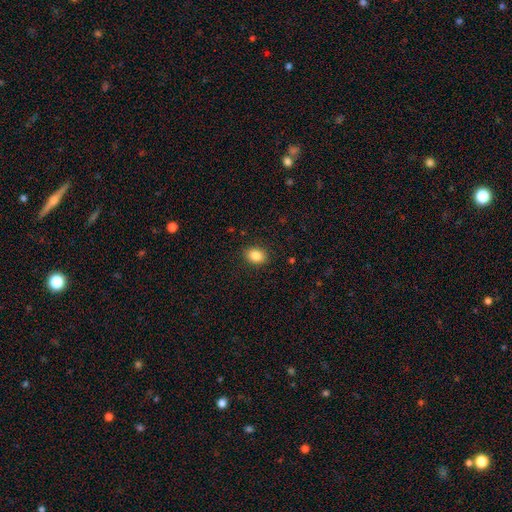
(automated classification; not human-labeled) This is clearly a smooth galaxy (86%). How rounded: likely in between (73%). Merging: clearly none (89%).